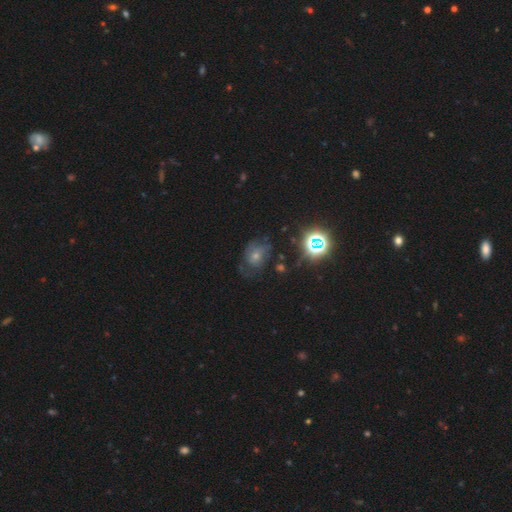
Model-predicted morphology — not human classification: Smooth or featured: featured or disk — 39% (star or artifact — 34%)
Merging: none — 60% (minor disturbance — 22%)